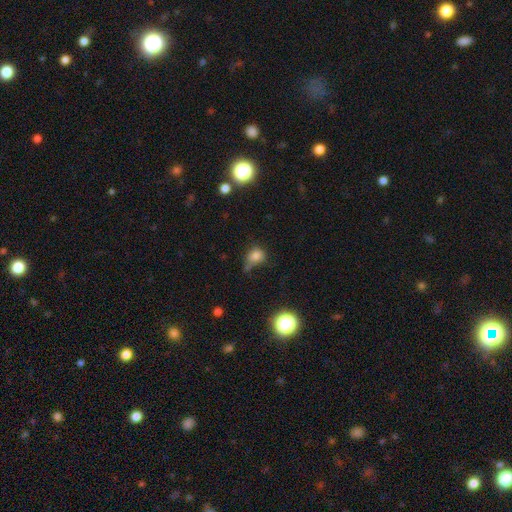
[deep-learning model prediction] smooth-or-featured: smooth: 73% | star or artifact: 16% | featured or disk: 11%
  how-rounded: round: 70% | in between: 29% | cigar-shaped: 2%
  merging: none: 43% | minor disturbance: 31% | major disturbance: 14% | merger: 13%